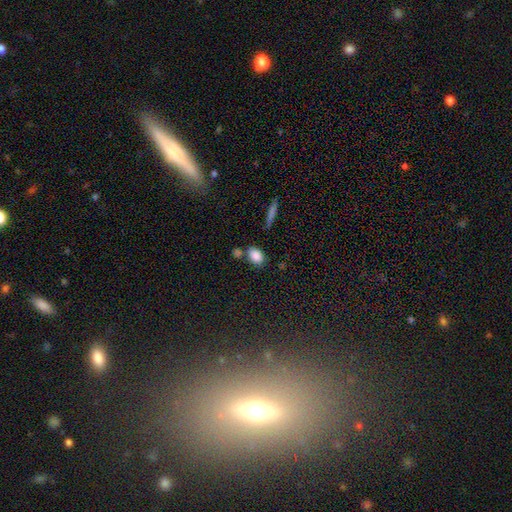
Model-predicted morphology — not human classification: smooth-or-featured: smooth: 86% | star or artifact: 8% | featured or disk: 6%
  how-rounded: in between: 81% | round: 17% | cigar-shaped: 2%
  merging: none: 67% | merger: 16% | minor disturbance: 14% | major disturbance: 4%